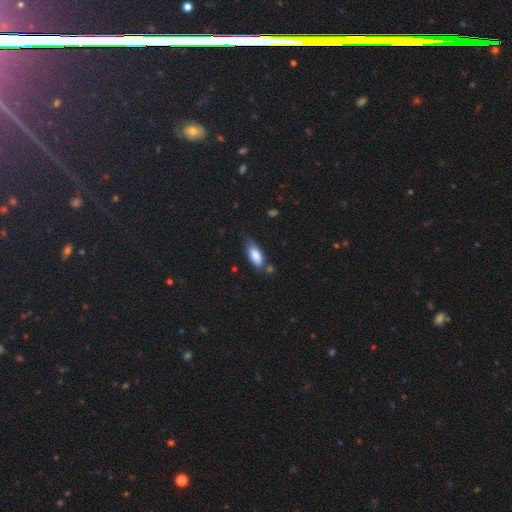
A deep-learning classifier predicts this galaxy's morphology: This is clearly a smooth galaxy (83%). How rounded: clearly in between (83%). Merging: possibly none (56%).